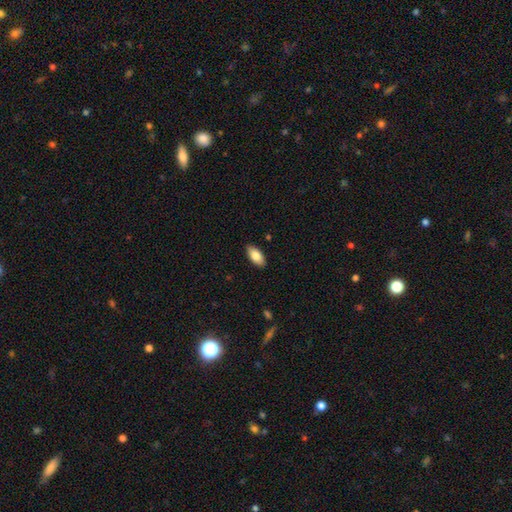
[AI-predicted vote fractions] This appears to be a smooth galaxy with no disk features (84%) that is in between round and cigar-shaped (92%). Merging: none (88%).